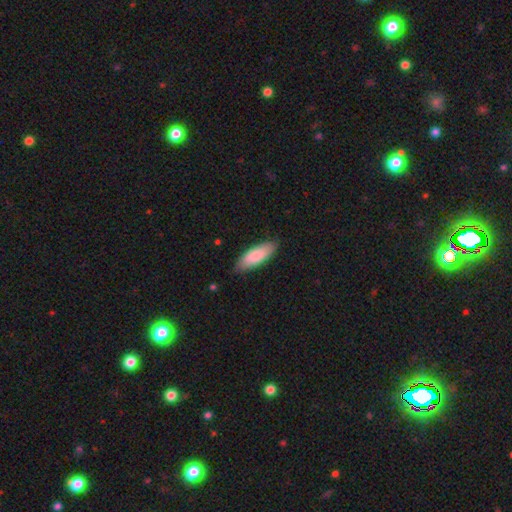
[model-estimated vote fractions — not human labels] Smooth or featured? smooth (85%)
How rounded? in between (65%)
Merging? none (83%)